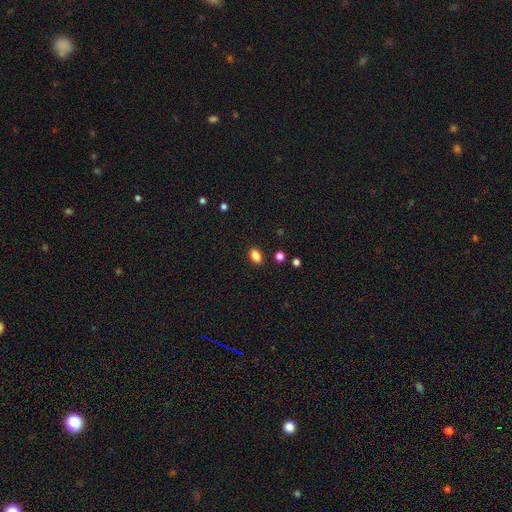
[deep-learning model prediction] Smooth or featured? Predicted: smooth (p=0.86). How rounded? Predicted: in between (p=0.86). Merging? Predicted: none (p=0.87).